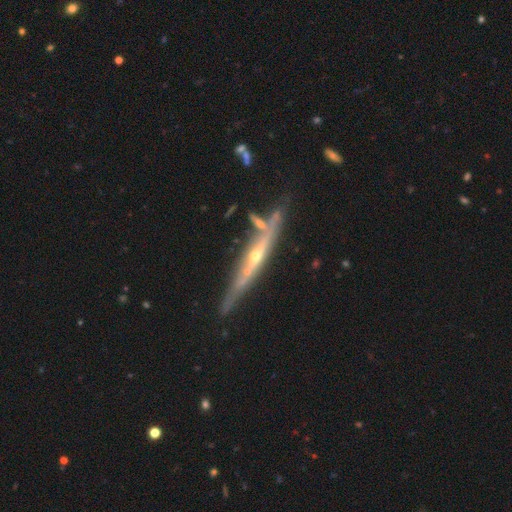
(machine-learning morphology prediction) This appears to be a featured or disk galaxy (83%) viewed edge-on (89%) with a rounded central bulge (74%). Merging: none (66%).